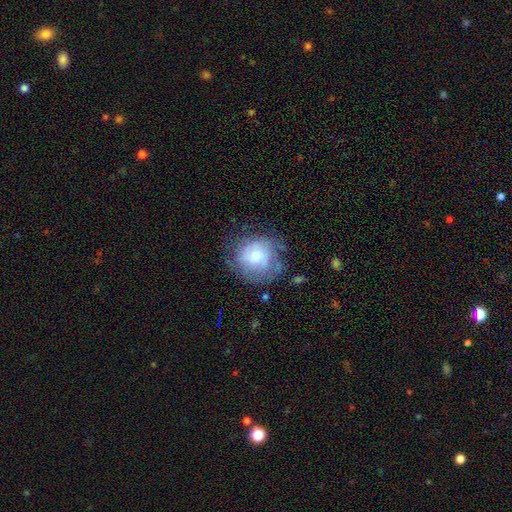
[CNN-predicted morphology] Q: Smooth or featured?
A: smooth (55%); runner-up: featured or disk (36%)
Q: How rounded?
A: round (76%); runner-up: in between (23%)
Q: Merging?
A: none (59%); runner-up: minor disturbance (25%)